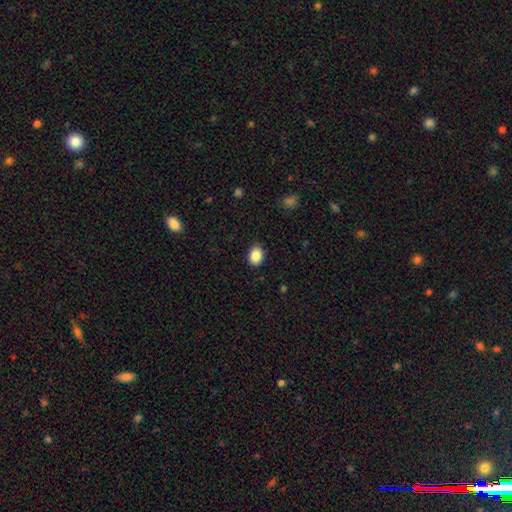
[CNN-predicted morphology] This is clearly a smooth galaxy (87%). How rounded: possibly in between (58%). Merging: clearly none (87%).